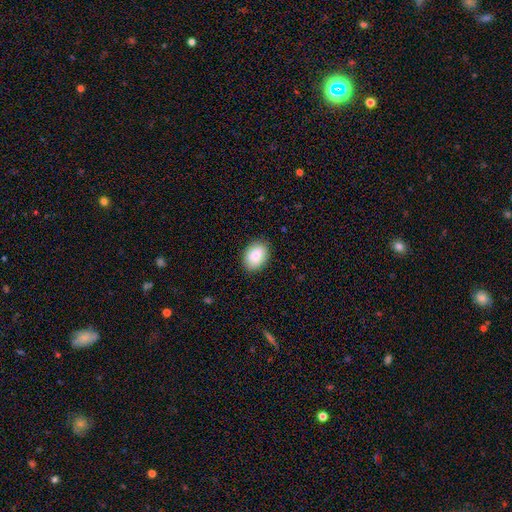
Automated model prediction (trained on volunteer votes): smooth 86%, featured or disk 8%, star or artifact 7%. Down the decision tree: how rounded — in between (79%); merging — none (87%).